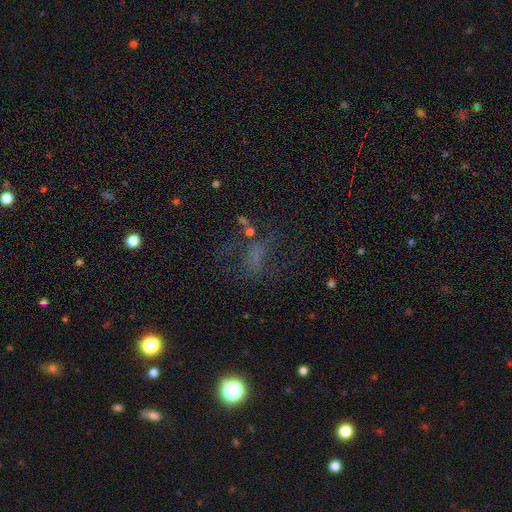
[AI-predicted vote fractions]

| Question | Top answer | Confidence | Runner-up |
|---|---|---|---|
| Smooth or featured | smooth | 37% | star or artifact (32%) |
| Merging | none | 48% | major disturbance (29%) |